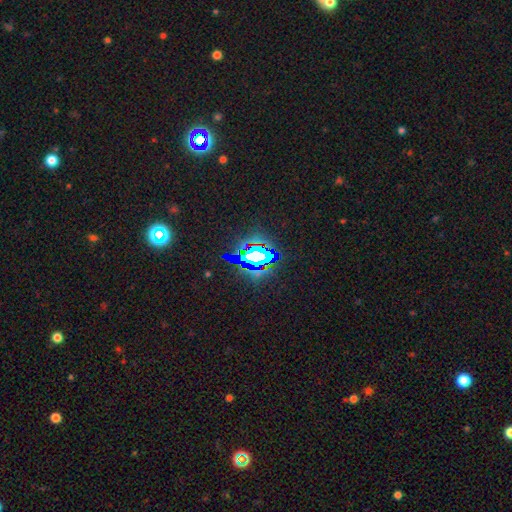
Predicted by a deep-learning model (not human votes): star or artifact 70%, smooth 16%, featured or disk 13%.